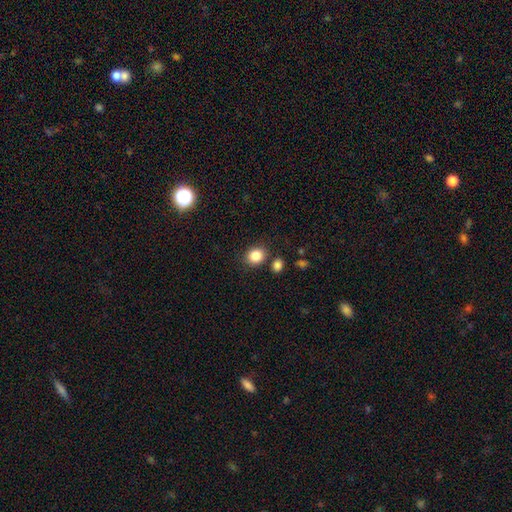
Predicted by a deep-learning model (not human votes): A smooth galaxy with no disk features (86%) that is round (71%).

Vote fractions:
- Smooth or featured? smooth: 86% / star or artifact: 10% / featured or disk: 5%
- How rounded? round: 71% / in between: 28% / cigar-shaped: 1%
- Merging? none: 80% / minor disturbance: 9% / merger: 8% / major disturbance: 3%